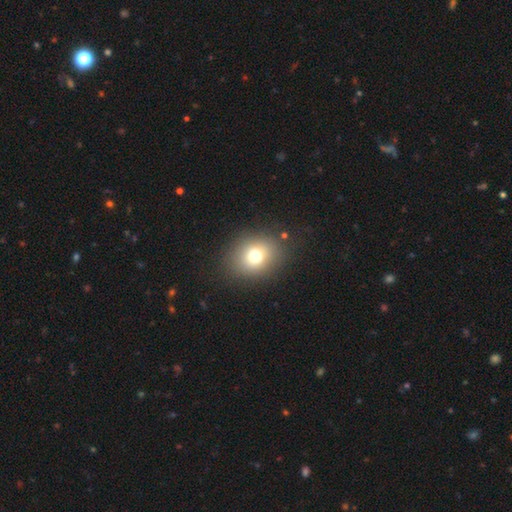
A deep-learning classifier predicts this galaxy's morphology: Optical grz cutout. It shows a smooth galaxy with no disk features (73%) that is round (57%). Merging: none (84%).